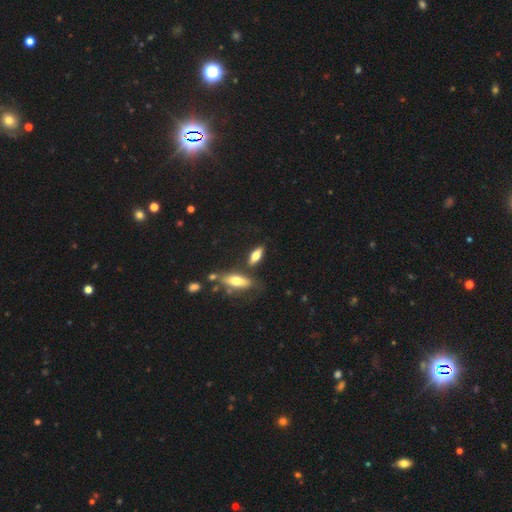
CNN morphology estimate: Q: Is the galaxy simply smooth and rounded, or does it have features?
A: smooth — 65%.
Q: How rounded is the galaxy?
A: in between — 67%.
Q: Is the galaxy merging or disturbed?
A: none — 73%.